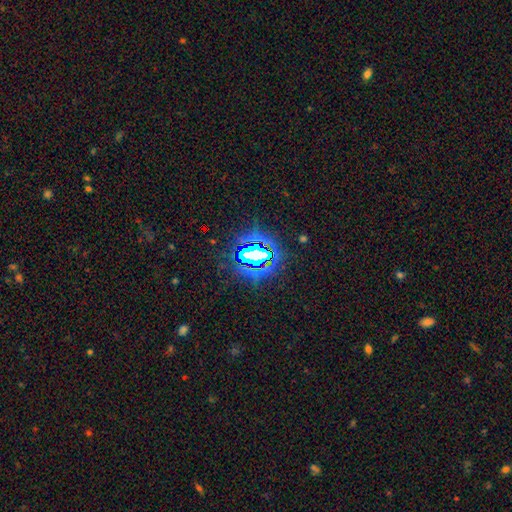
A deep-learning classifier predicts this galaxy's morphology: Smooth or featured? Predicted: star or artifact (p=0.75).